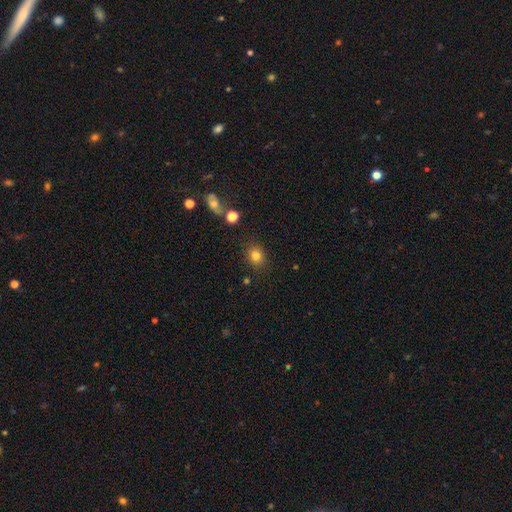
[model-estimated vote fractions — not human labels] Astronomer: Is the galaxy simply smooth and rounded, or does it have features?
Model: smooth — 81%.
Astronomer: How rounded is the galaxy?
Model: round — 68%.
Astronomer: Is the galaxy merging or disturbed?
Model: none — 84%.